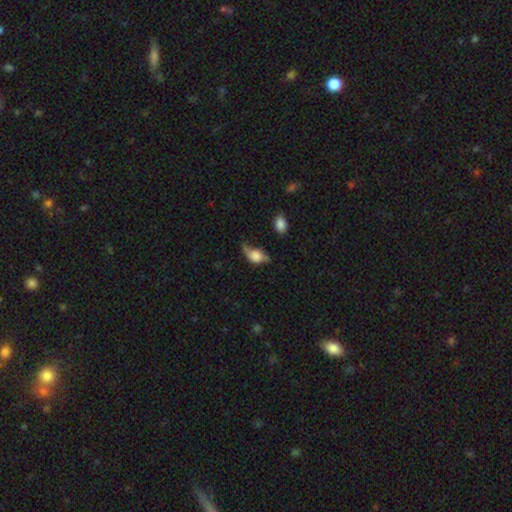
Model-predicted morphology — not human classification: Overall: smooth (53%; featured or disk 38%). How rounded: in between (74%). Merging: none (36%; minor disturbance 35%).